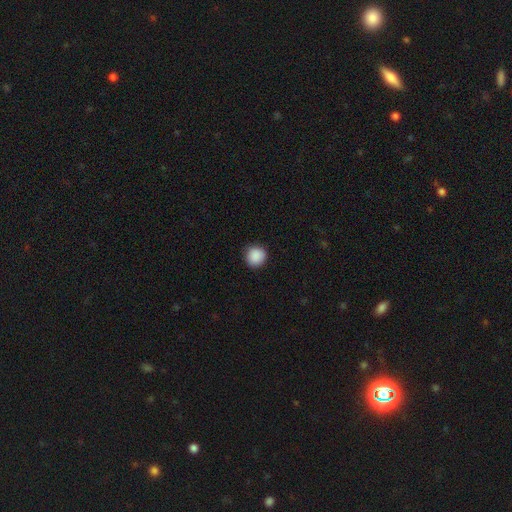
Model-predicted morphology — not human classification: This is clearly a smooth galaxy (90%). How rounded: clearly round (93%). Merging: clearly none (90%).